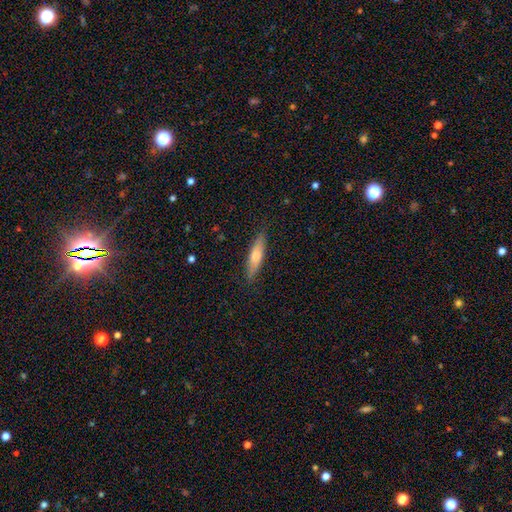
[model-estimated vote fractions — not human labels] smooth 69%, featured or disk 25%, star or artifact 6%. Down the decision tree: how rounded — cigar-shaped (74%); merging — none (86%).